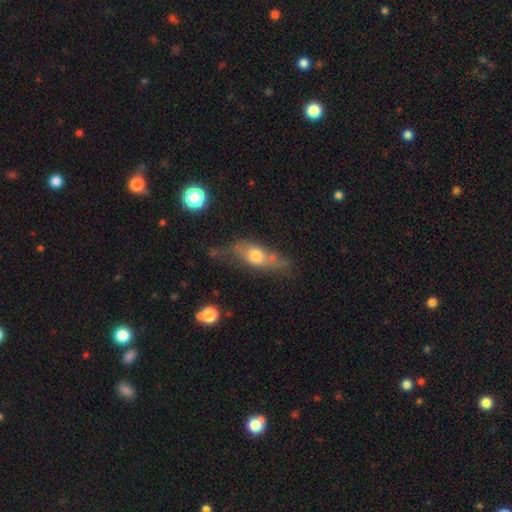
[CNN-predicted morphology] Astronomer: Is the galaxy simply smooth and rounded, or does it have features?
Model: smooth — 54% (runner-up: featured or disk, 37%).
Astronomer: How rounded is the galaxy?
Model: in between — 59%.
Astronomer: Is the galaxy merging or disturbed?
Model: none — 47% (runner-up: minor disturbance, 26%).